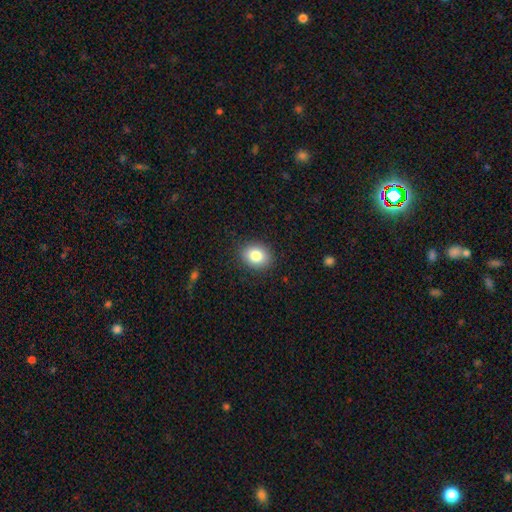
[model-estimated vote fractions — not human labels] Smooth or featured?
  - smooth: 83% *
  - star or artifact: 9%
  - featured or disk: 7%
How rounded?
  - round: 53% *
  - in between: 47%
  - cigar-shaped: 1%
Merging?
  - none: 89% *
  - minor disturbance: 8%
  - major disturbance: 2%
  - merger: 1%